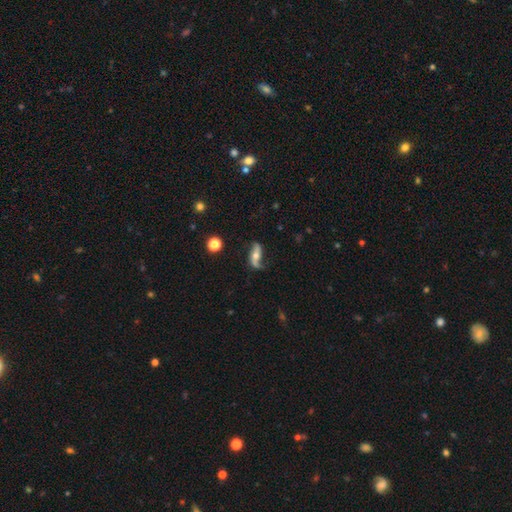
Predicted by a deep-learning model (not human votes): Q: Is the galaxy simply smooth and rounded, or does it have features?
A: featured or disk — 73%.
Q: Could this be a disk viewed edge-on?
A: no — 85%.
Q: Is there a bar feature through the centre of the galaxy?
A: no — 59%.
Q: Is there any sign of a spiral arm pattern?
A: yes — 89%.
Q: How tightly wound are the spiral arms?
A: loose — 83%.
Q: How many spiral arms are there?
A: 2 — 85%.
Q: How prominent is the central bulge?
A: moderate — 61%.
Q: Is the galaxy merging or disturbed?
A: none — 60%.